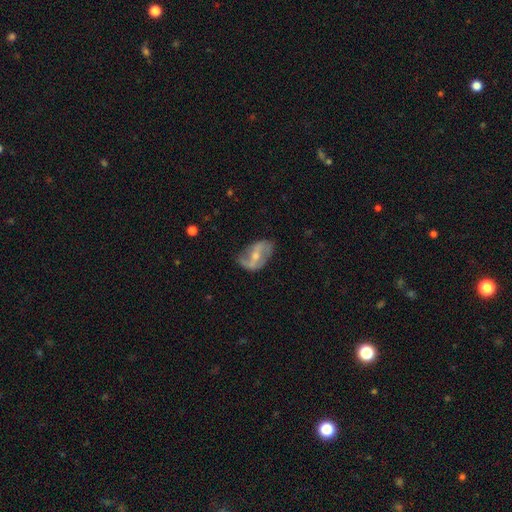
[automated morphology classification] type=featured or disk (75%); edge-on=no (95%); bar=weak (40%); spiral arms=yes (84%); winding=loose (60%); arm count=2 (86%); bulge=small (47%); merging=none (64%).